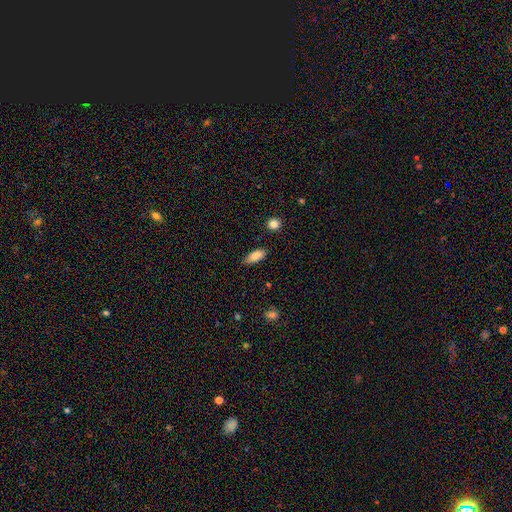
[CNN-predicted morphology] The model was most divided on "merging": none: 78%, minor disturbance: 17%, major disturbance: 3%, merger: 1%. More confident: smooth or featured — smooth (86%); how rounded — in between (80%).